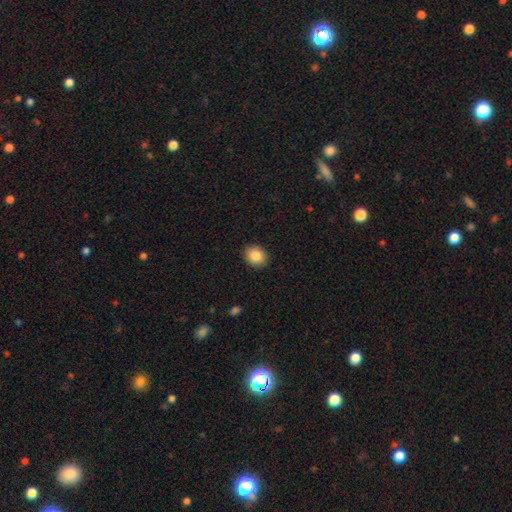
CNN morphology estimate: The model was most divided on "how rounded": round: 62%, in between: 38%, cigar-shaped: 1%. More confident: merging — none (90%); smooth or featured — smooth (86%).